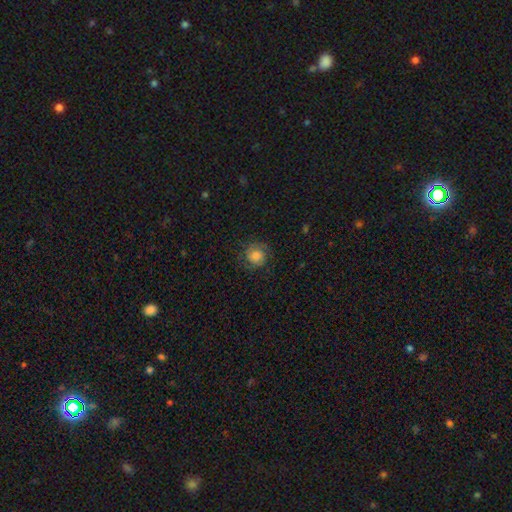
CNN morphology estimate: smooth 61%, featured or disk 28%, star or artifact 10%. Down the decision tree: how rounded — round (87%); merging — none (76%).